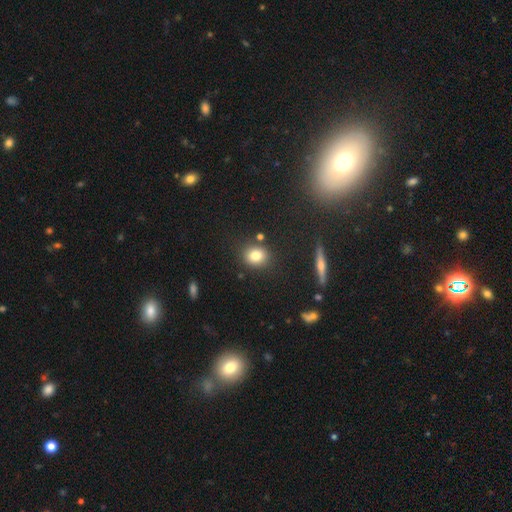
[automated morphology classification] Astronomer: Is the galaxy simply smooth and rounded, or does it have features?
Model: smooth — 80%.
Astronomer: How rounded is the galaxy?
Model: round — 68%.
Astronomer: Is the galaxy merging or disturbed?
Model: none — 82%.